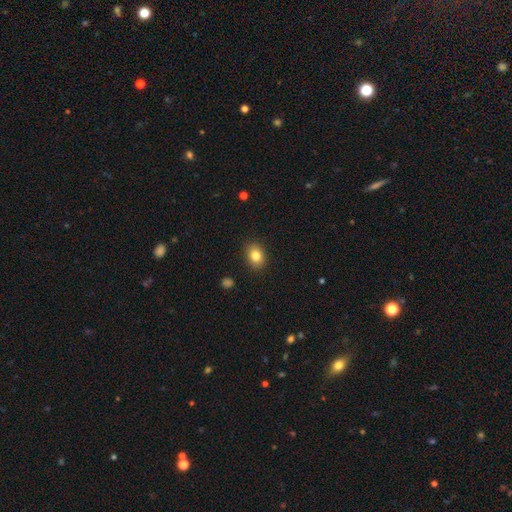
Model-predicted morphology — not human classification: type=smooth (83%); roundness=in between (64%); merging=none (88%).